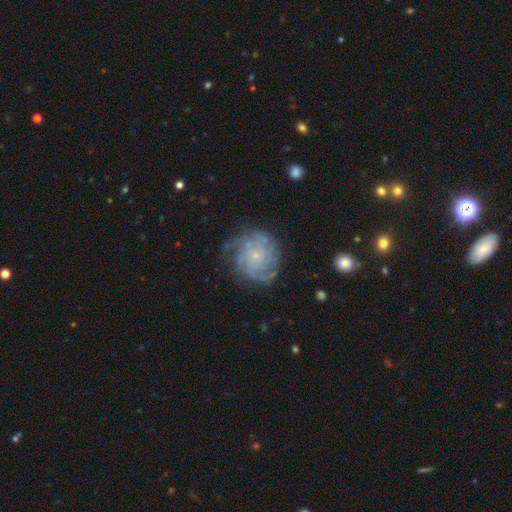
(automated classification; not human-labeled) The model was most divided on "spiral arm count": can't tell: 40%, 3: 16%, 4: 16%, 2: 13%, more than 4: 9%, 1: 7%. More confident: edge-on disk — no (98%); spiral arms — yes (91%); bulge size — small (80%); smooth or featured — featured or disk (79%); bar — no (79%); merging — none (67%); spiral winding — tight (61%).